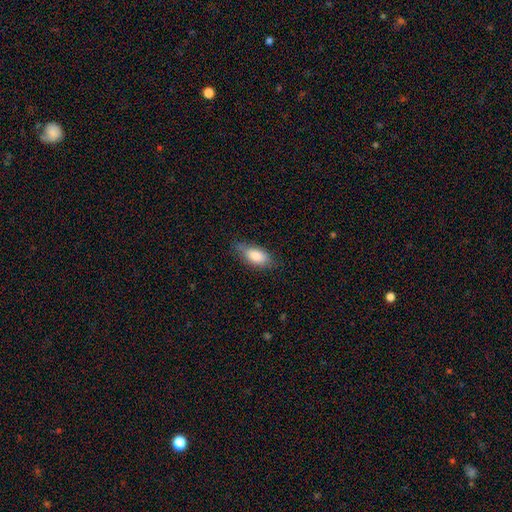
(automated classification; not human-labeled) Overall: smooth (81%). How rounded: in between (87%). Merging: none (70%).